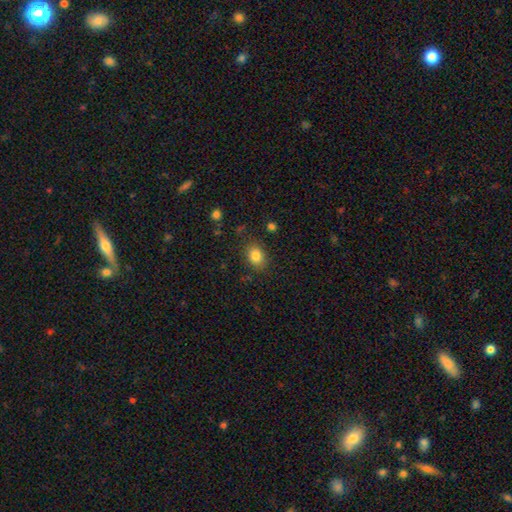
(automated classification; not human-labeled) Smooth or featured? smooth (84%)
How rounded? in between (60%)
Merging? none (83%)